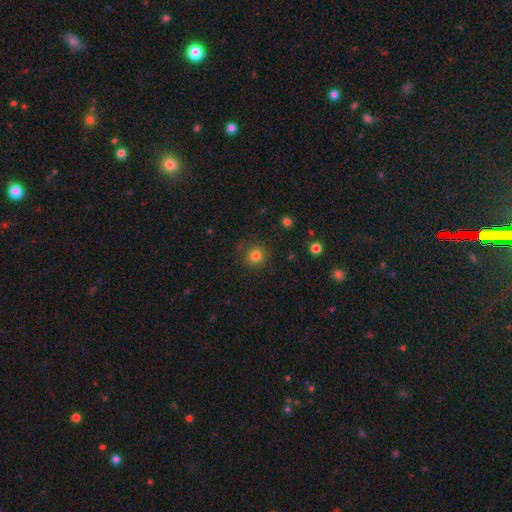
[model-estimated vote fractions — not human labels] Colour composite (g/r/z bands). It shows a smooth galaxy with no disk features (81%) that is round (90%). Merging: none (87%).